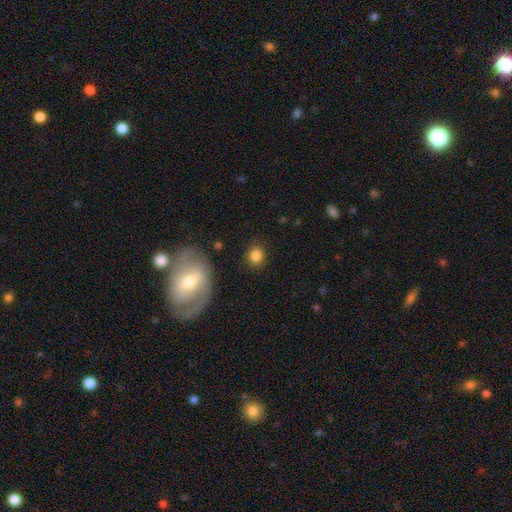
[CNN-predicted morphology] A smooth galaxy with no disk features (84%) that is round (81%).

Vote fractions:
- Smooth or featured? smooth: 84% / star or artifact: 9% / featured or disk: 6%
- How rounded? round: 81% / in between: 18% / cigar-shaped: 1%
- Merging? none: 86% / minor disturbance: 8% / major disturbance: 3% / merger: 2%